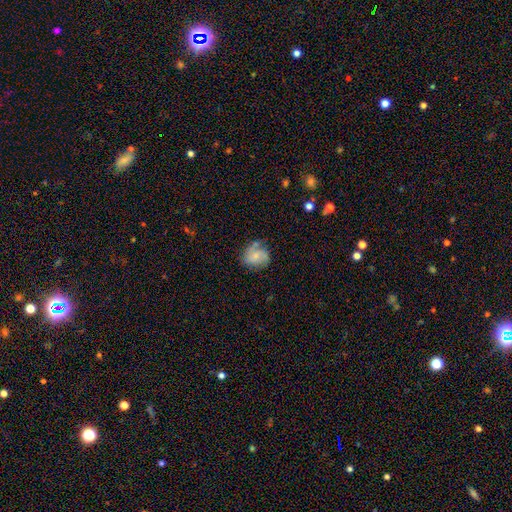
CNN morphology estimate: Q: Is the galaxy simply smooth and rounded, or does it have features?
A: smooth — 52%.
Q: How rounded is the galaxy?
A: round — 65%.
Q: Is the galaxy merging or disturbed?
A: none — 58%.